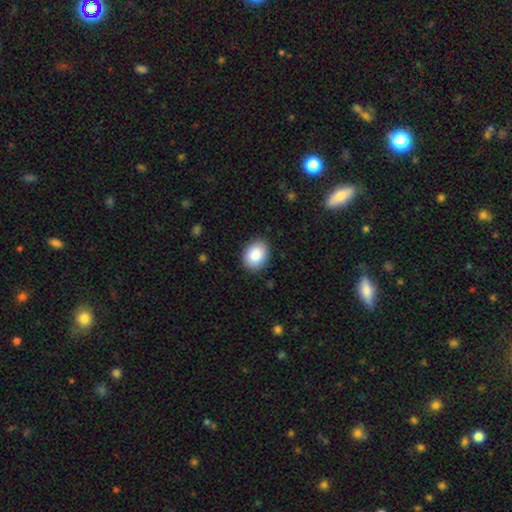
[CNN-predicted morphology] Smooth or featured? Predicted: smooth (p=0.86). How rounded? Predicted: in between (p=0.59). Merging? Predicted: none (p=0.88).